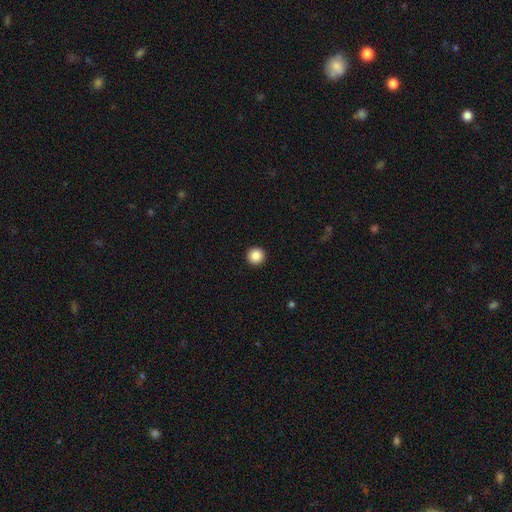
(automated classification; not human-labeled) Q: Smooth or featured?
A: smooth (87%); runner-up: star or artifact (9%)
Q: How rounded?
A: round (96%); runner-up: in between (3%)
Q: Merging?
A: none (94%); runner-up: minor disturbance (4%)